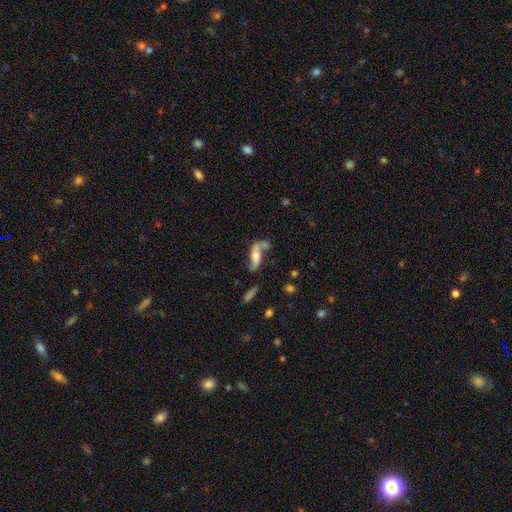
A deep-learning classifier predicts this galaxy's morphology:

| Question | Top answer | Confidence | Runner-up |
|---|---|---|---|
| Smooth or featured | featured or disk | 57% | smooth (34%) |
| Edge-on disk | no | 70% | yes (30%) |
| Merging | none | 43% | merger (21%) |